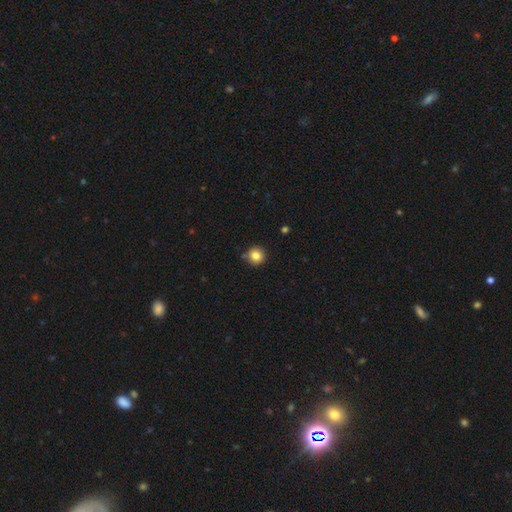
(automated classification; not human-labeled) This is clearly a smooth galaxy (84%). How rounded: clearly round (93%). Merging: clearly none (85%).